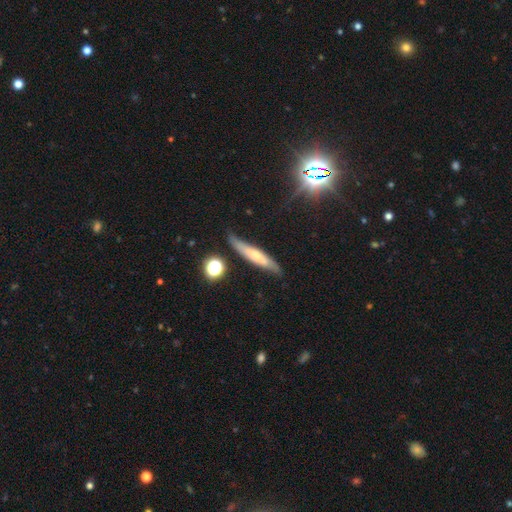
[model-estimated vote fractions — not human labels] Smooth or featured? smooth (53%)
How rounded? cigar-shaped (88%)
Merging? none (72%)